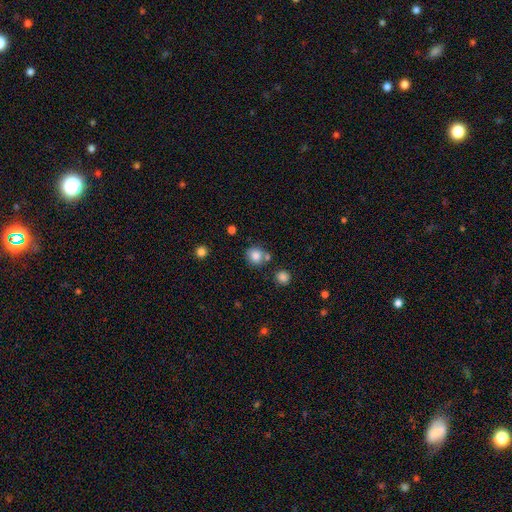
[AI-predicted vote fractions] The model was most divided on "merging": none: 69%, merger: 17%, minor disturbance: 11%, major disturbance: 3%. More confident: how rounded — round (85%); smooth or featured — smooth (83%).